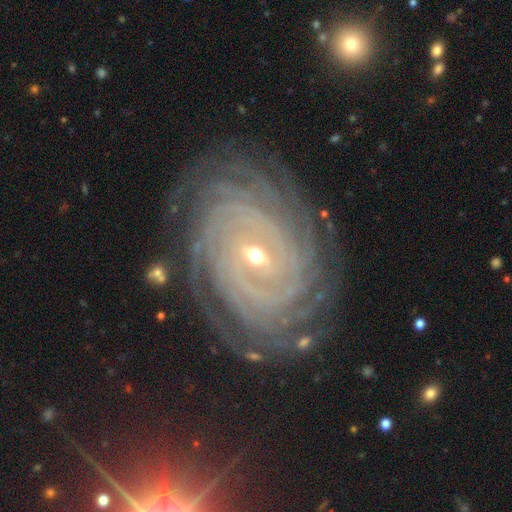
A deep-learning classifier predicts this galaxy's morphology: This is clearly a featured or disk galaxy (91%). It is clearly not viewed edge-on (97%). Bar: marginally weak (39%). Spiral arm pattern: clearly yes (98%). Spiral arm count: marginally more than 4 (38%). Spiral winding: clearly tight (87%). Central bulge: likely small (64%). Merging: likely none (79%).